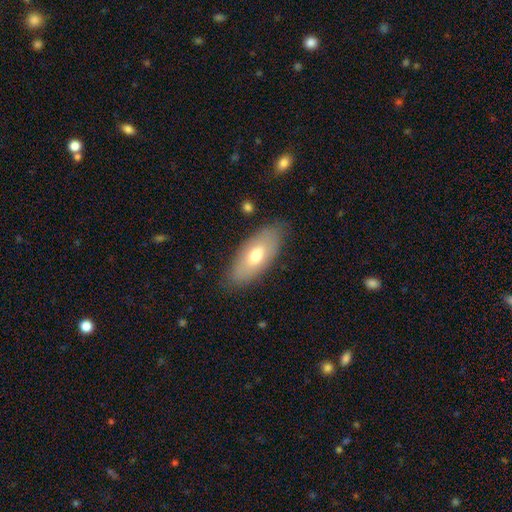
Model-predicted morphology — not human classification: The model was most divided on "smooth or featured": smooth: 65%, featured or disk: 28%, star or artifact: 7%. More confident: how rounded — in between (85%); merging — none (82%).